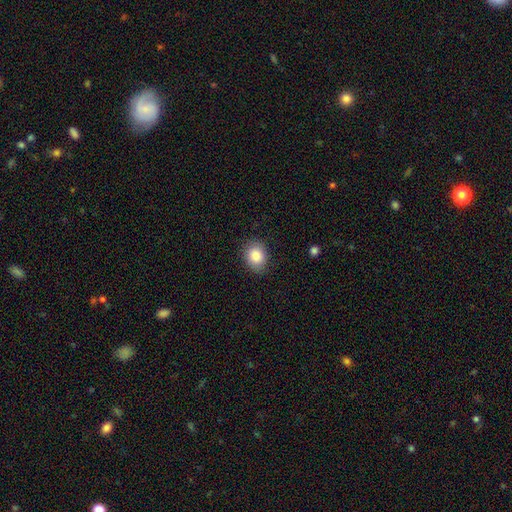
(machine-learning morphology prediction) smooth 85%, star or artifact 8%, featured or disk 7%. Down the decision tree: how rounded — in between (52%); merging — none (85%).